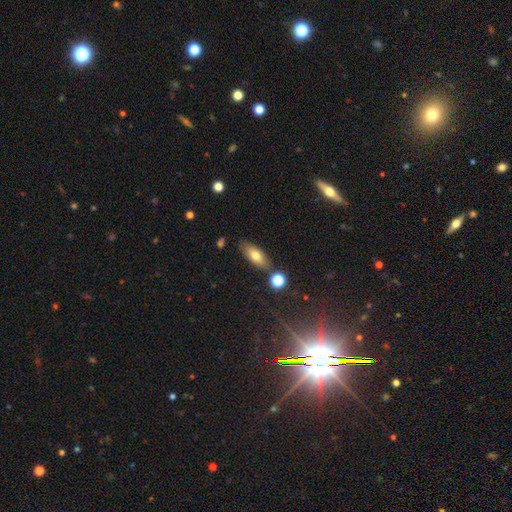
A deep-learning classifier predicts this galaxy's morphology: Overall: smooth (73%). How rounded: in between (76%). Merging: none (77%).